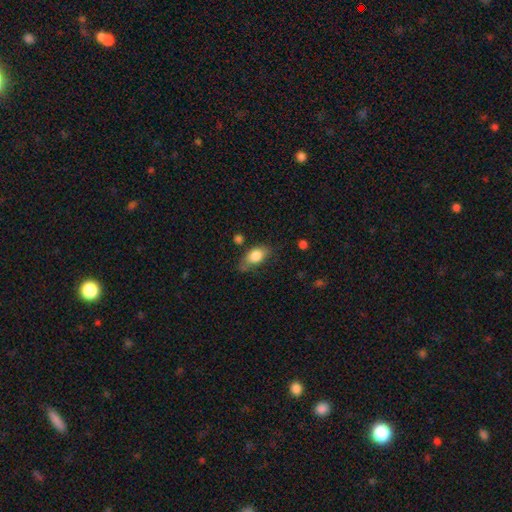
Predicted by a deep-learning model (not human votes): The model was most divided on "merging": none: 60%, minor disturbance: 27%, major disturbance: 8%, merger: 5%. More confident: how rounded — in between (86%); smooth or featured — smooth (82%).